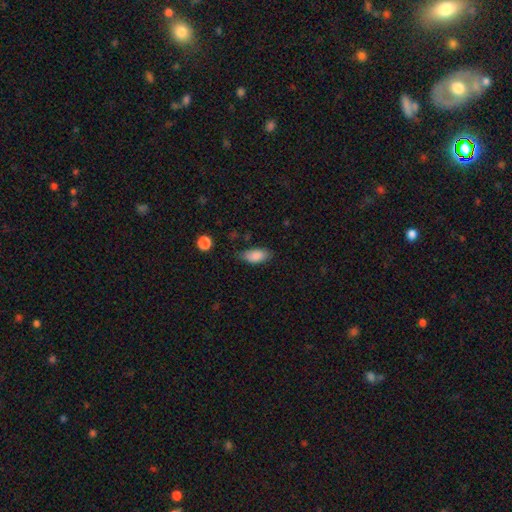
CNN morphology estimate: smooth-or-featured: smooth: 86% | star or artifact: 7% | featured or disk: 7%
  how-rounded: in between: 90% | cigar-shaped: 7% | round: 3%
  merging: none: 72% | minor disturbance: 22% | major disturbance: 4% | merger: 2%